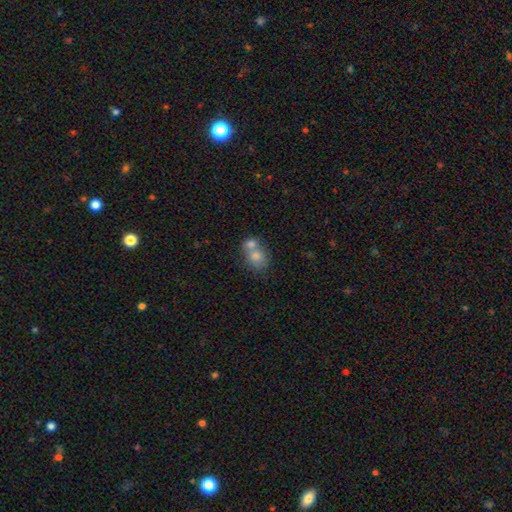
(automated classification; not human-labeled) Q: Smooth or featured?
A: smooth (73%); runner-up: featured or disk (16%)
Q: How rounded?
A: round (63%); runner-up: in between (36%)
Q: Merging?
A: merger (58%); runner-up: none (32%)